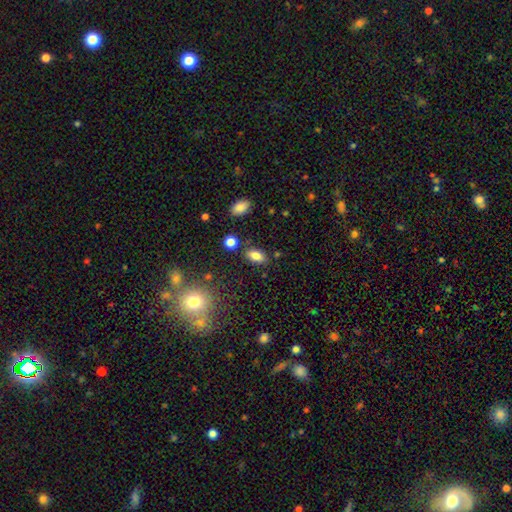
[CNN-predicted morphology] smooth_or_featured: smooth (p=0.82) [alt: star or artifact p=0.10]
how_rounded: in between (p=0.89) [alt: round p=0.06]
merging: none (p=0.81) [alt: minor disturbance p=0.11]